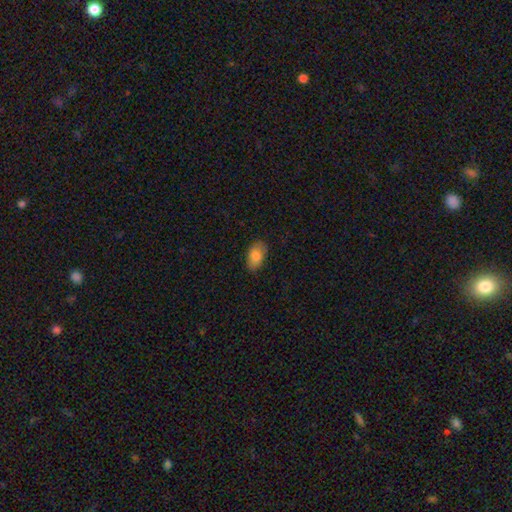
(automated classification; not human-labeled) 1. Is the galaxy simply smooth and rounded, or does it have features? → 82% smooth, 11% featured or disk, 7% star or artifact.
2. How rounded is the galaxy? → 92% in between, 6% round, 2% cigar-shaped.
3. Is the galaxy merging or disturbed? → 81% none, 15% minor disturbance, 3% major disturbance, 1% merger.